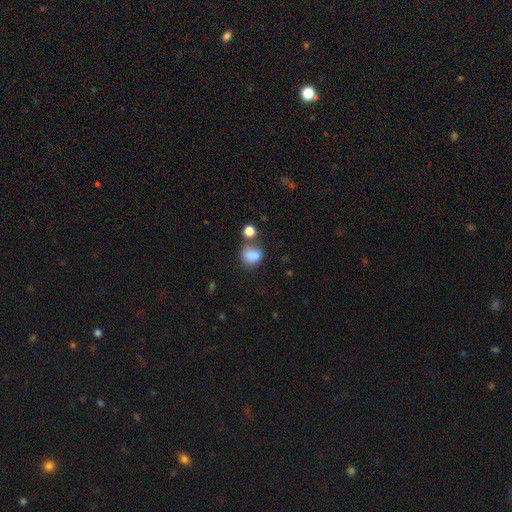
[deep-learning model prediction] A smooth galaxy with no disk features (82%) that is round (59%). Merging: none (50%).